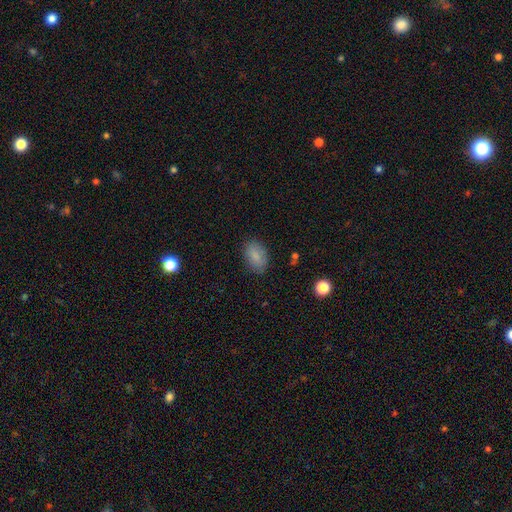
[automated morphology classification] Smooth or featured? smooth (85%)
How rounded? in between (90%)
Merging? none (84%)